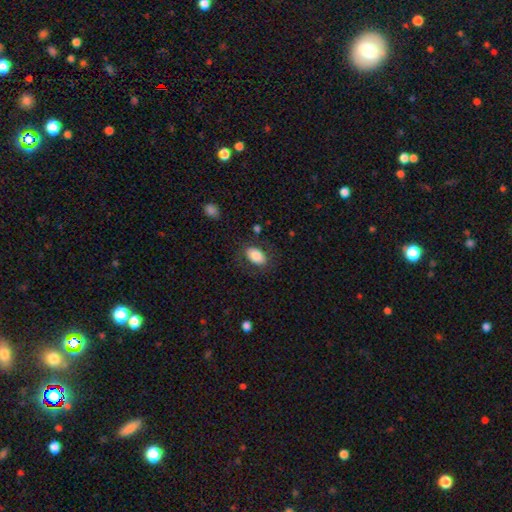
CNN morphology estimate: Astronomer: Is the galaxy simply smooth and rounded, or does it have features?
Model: smooth — 83%.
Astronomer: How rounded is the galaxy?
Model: in between — 91%.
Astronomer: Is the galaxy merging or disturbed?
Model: none — 78%.